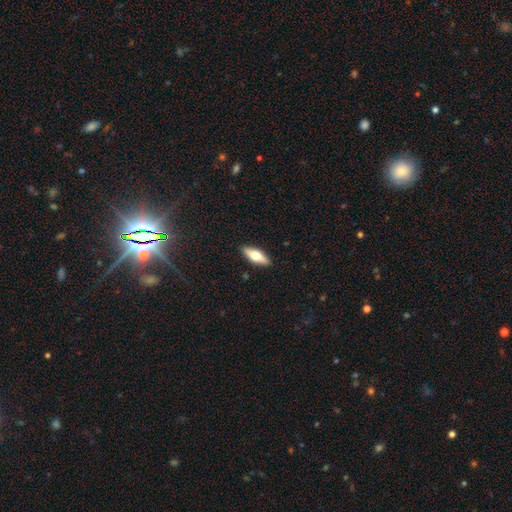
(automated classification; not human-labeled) smooth-or-featured: smooth: 55% | featured or disk: 39% | star or artifact: 6%
  how-rounded: in between: 59% | cigar-shaped: 38% | round: 3%
  merging: none: 89% | minor disturbance: 8% | major disturbance: 2% | merger: 1%